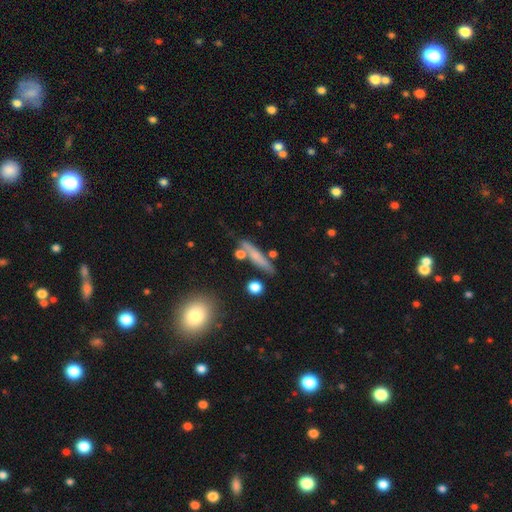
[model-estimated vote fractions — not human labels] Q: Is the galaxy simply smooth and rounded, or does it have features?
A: smooth — 58%.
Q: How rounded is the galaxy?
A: cigar-shaped — 85%.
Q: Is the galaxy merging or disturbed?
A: none — 75%.